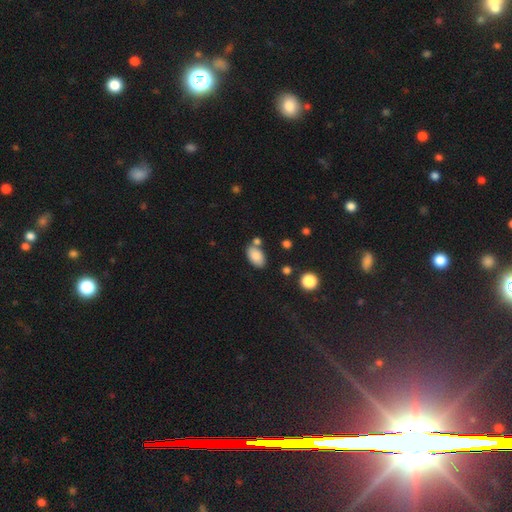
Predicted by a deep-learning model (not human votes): Morphology: type=smooth (85%); roundness=in between (92%); merging=none (68%).